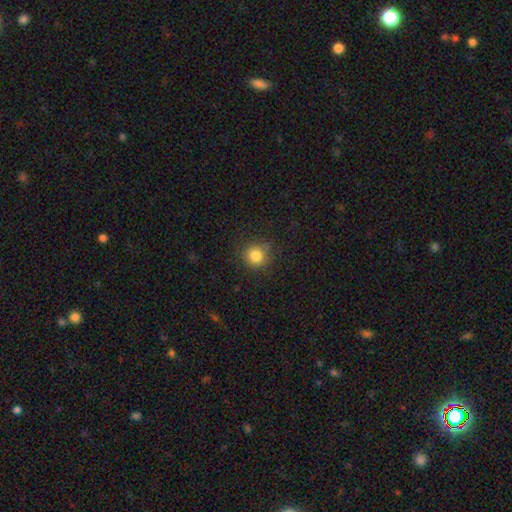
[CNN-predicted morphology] smooth-or-featured: smooth: 82% | star or artifact: 12% | featured or disk: 5%
  how-rounded: round: 90% | in between: 9% | cigar-shaped: 1%
  merging: none: 82% | minor disturbance: 12% | major disturbance: 4% | merger: 2%